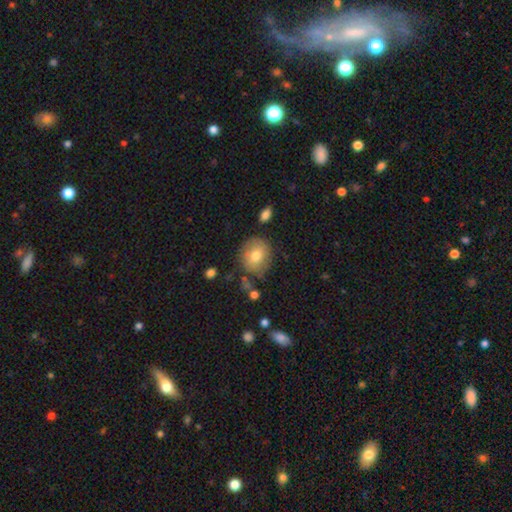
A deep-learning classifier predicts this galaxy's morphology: Smooth or featured?
  - smooth: 72% *
  - featured or disk: 19%
  - star or artifact: 9%
How rounded?
  - round: 78% *
  - in between: 21%
  - cigar-shaped: 1%
Merging?
  - none: 73% *
  - minor disturbance: 18%
  - major disturbance: 5%
  - merger: 4%